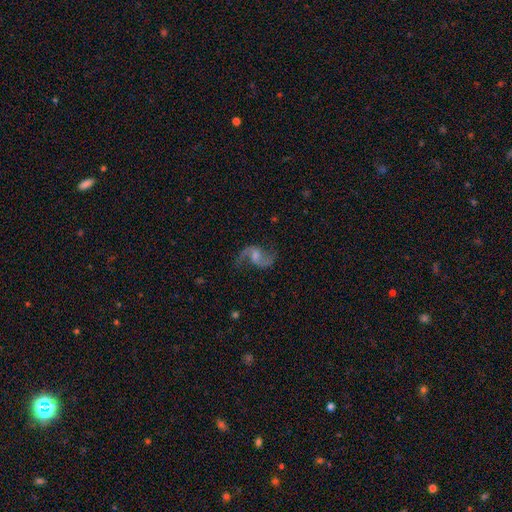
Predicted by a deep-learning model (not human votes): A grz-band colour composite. It shows a featured or disk galaxy (86%) with a weak bar (53%), 2 (91%) loose (71%) spiral arms (96%) and a small central bulge (38%). Merging: none (71%).